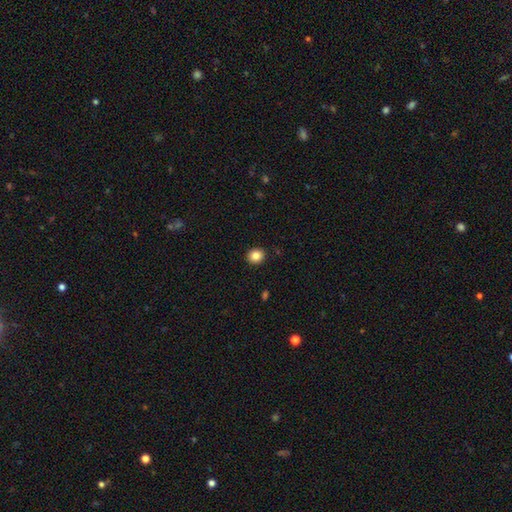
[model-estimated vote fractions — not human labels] Morphology: type=smooth (86%); roundness=round (78%); merging=none (92%).